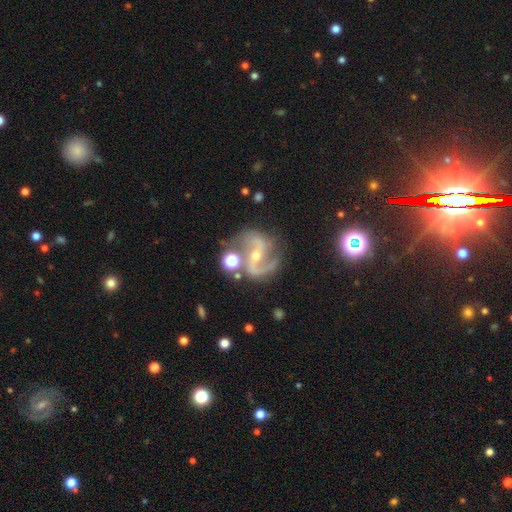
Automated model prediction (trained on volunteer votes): This appears to be a featured or disk galaxy (88%) with a strong bar (45%), 2 (90%) medium (54%) spiral arms (97%) and a small central bulge (59%). Merging: none (69%).